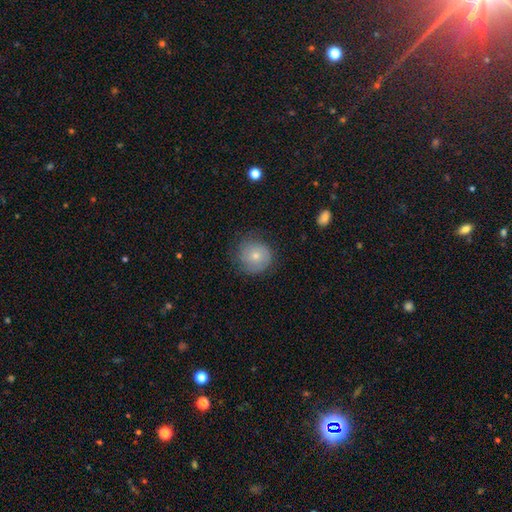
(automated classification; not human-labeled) smooth-or-featured: smooth: 64% | featured or disk: 28% | star or artifact: 8%
  how-rounded: round: 91% | in between: 8% | cigar-shaped: 1%
  merging: none: 71% | minor disturbance: 20% | major disturbance: 8% | merger: 1%